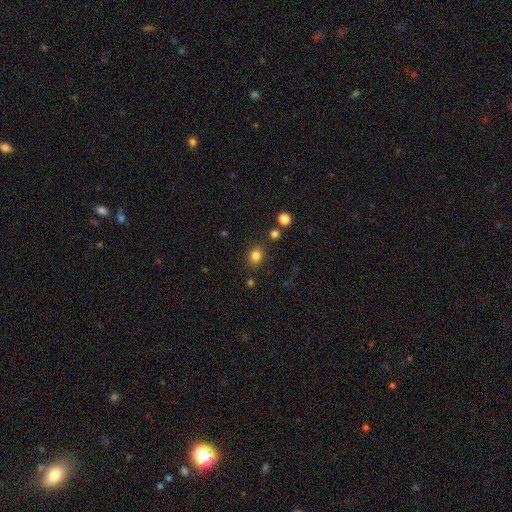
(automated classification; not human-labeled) smooth 81%, star or artifact 14%, featured or disk 5%. Down the decision tree: how rounded — round (69%); merging — none (83%).